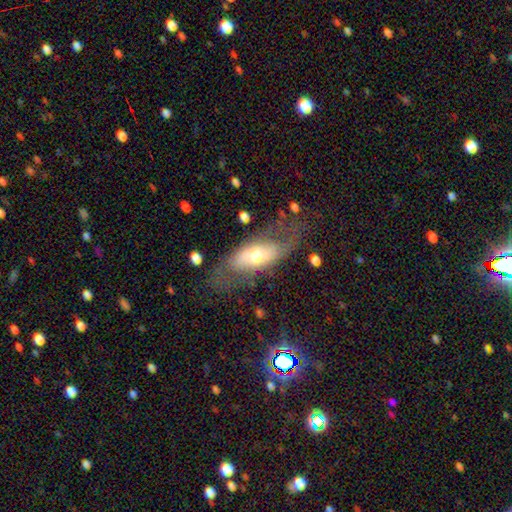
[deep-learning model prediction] featured or disk 54%, smooth 40%, star or artifact 7%. Down the decision tree: edge-on disk — no (79%); merging — none (59%).